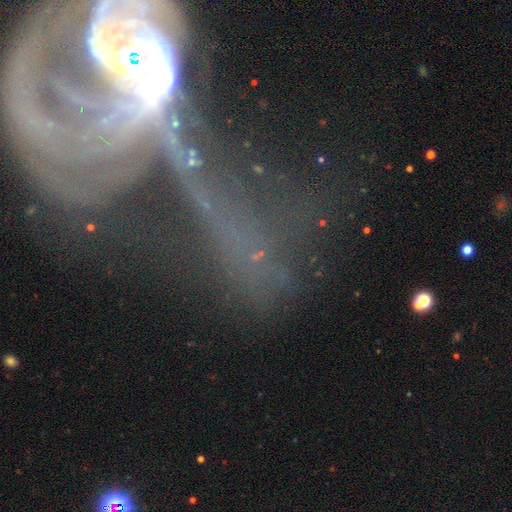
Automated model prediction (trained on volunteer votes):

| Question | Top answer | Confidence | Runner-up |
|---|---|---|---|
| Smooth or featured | featured or disk | 53% | star or artifact (29%) |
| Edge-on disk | no | 72% | yes (28%) |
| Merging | none | 34% | major disturbance (31%) |